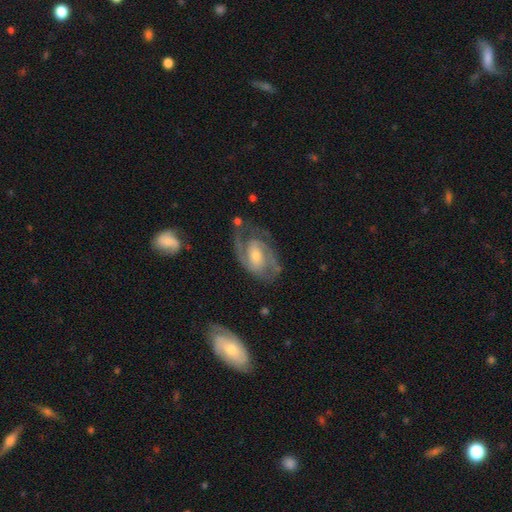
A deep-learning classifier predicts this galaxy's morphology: This is clearly a featured or disk galaxy (88%). It is clearly not viewed edge-on (97%). Bar: marginally weak (43%). Spiral arm pattern: clearly yes (96%). Spiral arm count: clearly 2 (83%). Spiral winding: possibly medium (49%). Central bulge: possibly moderate (47%). Merging: likely none (70%).